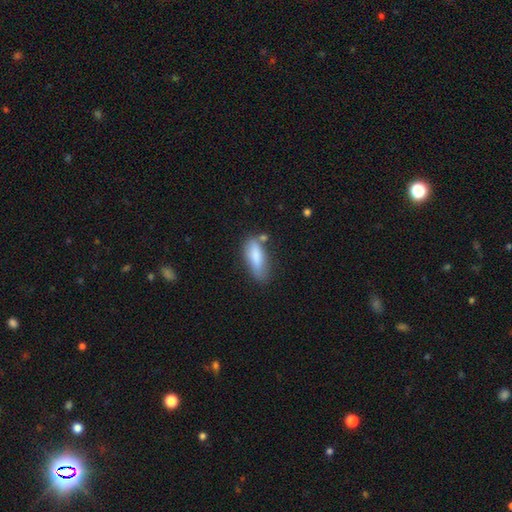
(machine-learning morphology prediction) A smooth galaxy with no disk features (82%) that is in between round and cigar-shaped (67%). Merging: none (56%).